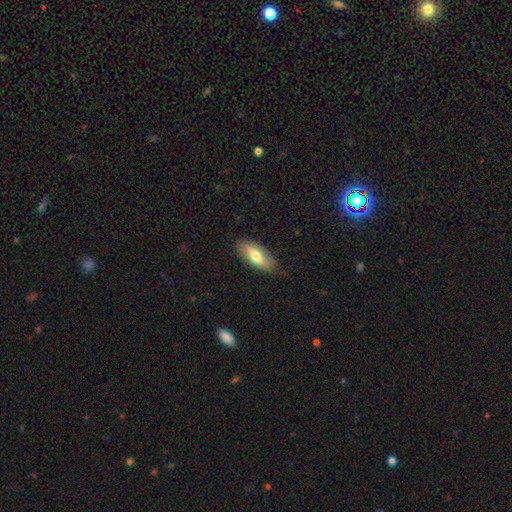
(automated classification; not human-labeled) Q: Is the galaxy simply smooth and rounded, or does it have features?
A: smooth — 65%.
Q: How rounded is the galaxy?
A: in between — 86%.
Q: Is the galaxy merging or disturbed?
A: none — 81%.